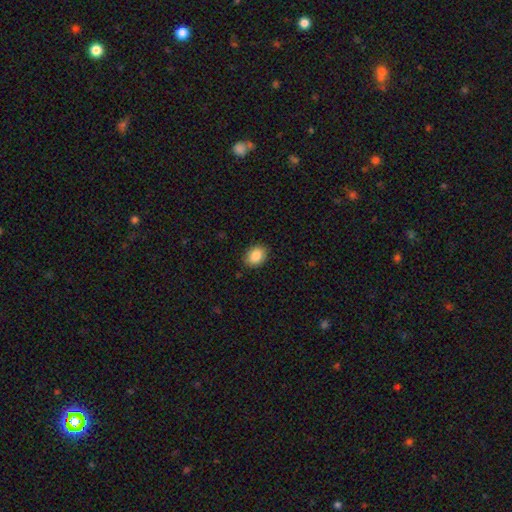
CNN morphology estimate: A smooth galaxy with no disk features (88%) that is in between round and cigar-shaped (64%). Merging: none (88%).